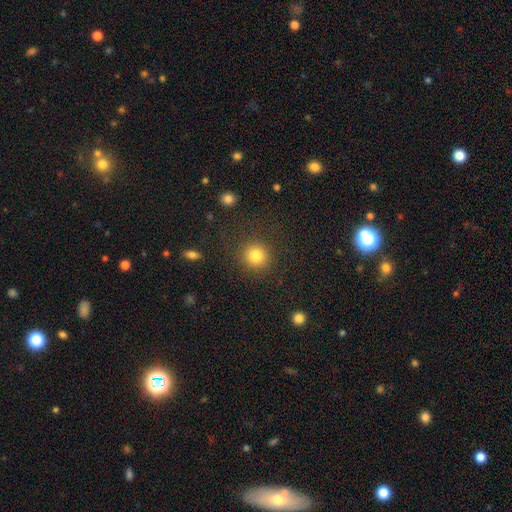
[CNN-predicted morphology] Smooth or featured: smooth — 83% (star or artifact — 11%)
How rounded: round — 91% (in between — 8%)
Merging: none — 87% (minor disturbance — 7%)